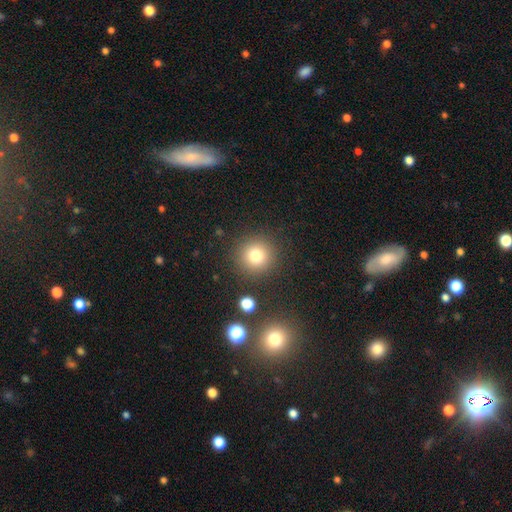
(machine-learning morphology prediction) smooth_or_featured: smooth (p=0.77) [alt: star or artifact p=0.14]
how_rounded: round (p=0.94) [alt: in between p=0.05]
merging: none (p=0.88) [alt: minor disturbance p=0.07]